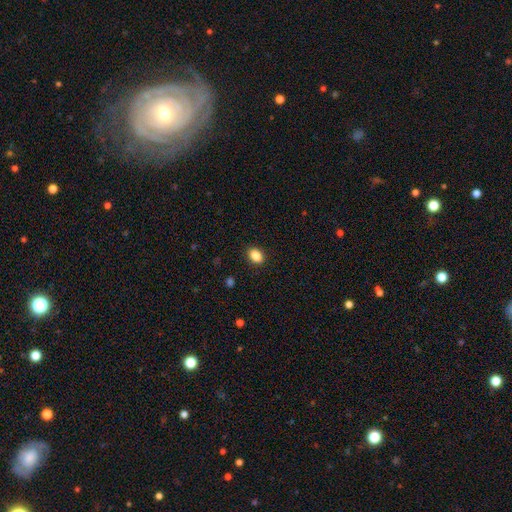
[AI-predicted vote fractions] This appears to be a smooth galaxy with no disk features (86%) that is in between round and cigar-shaped (72%). Merging: none (90%).